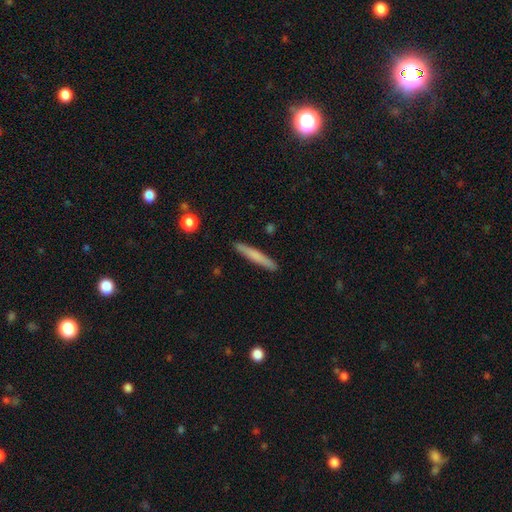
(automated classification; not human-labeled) This appears to be a smooth galaxy with no disk features (68%) that is cigar-shaped (96%). Merging: none (91%).